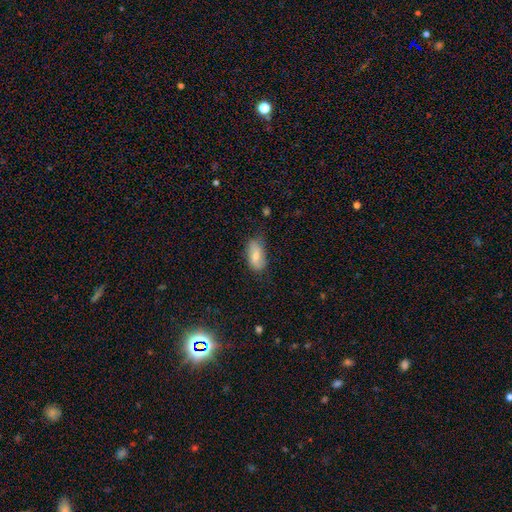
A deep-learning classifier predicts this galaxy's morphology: Smooth or featured?
  - smooth: 75% *
  - featured or disk: 18%
  - star or artifact: 7%
How rounded?
  - in between: 91% *
  - cigar-shaped: 6%
  - round: 3%
Merging?
  - none: 67% *
  - minor disturbance: 26%
  - major disturbance: 5%
  - merger: 2%